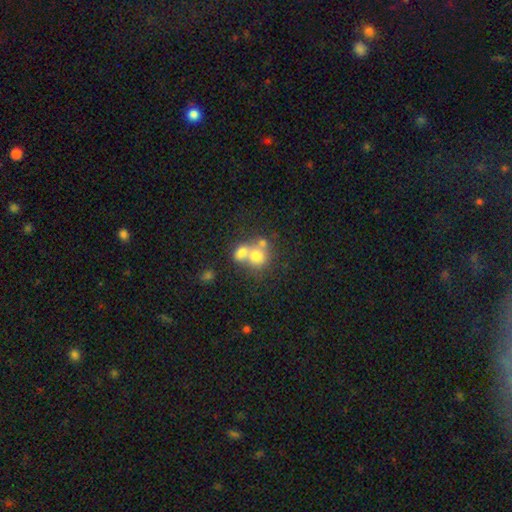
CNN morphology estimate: type=smooth (69%); roundness=round (73%); merging=merger (61%).